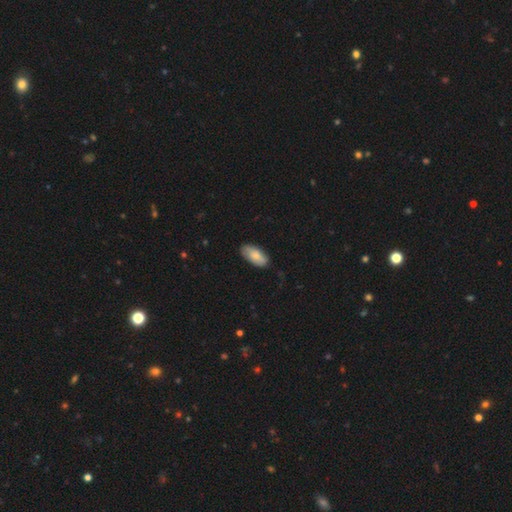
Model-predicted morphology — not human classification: Smooth or featured? smooth (79%)
How rounded? in between (92%)
Merging? none (80%)